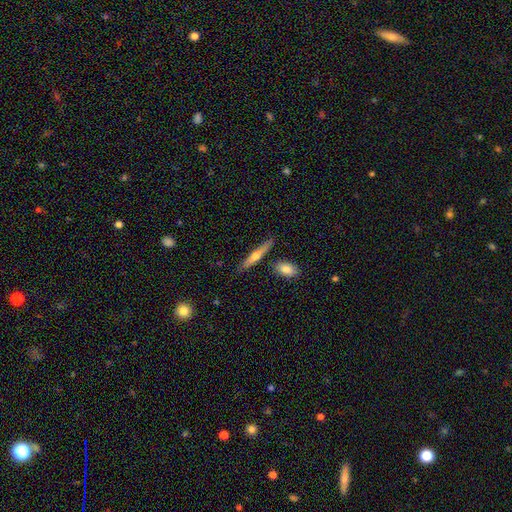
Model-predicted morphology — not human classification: Smooth or featured? smooth (47%, tied with featured or disk)
Merging? none (80%)